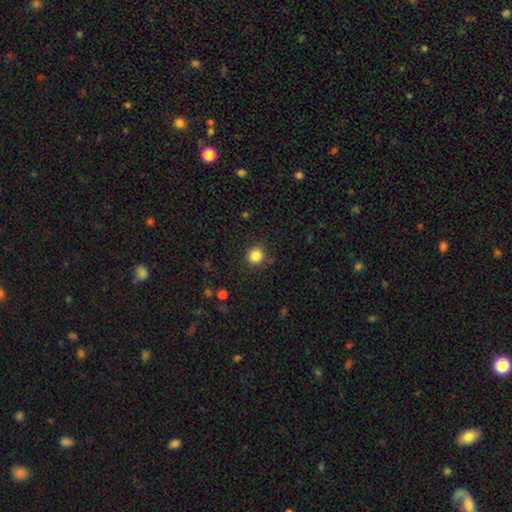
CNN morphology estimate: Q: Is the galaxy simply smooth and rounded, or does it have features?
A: smooth — 85%.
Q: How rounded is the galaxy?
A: round — 93%.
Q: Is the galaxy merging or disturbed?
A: none — 87%.